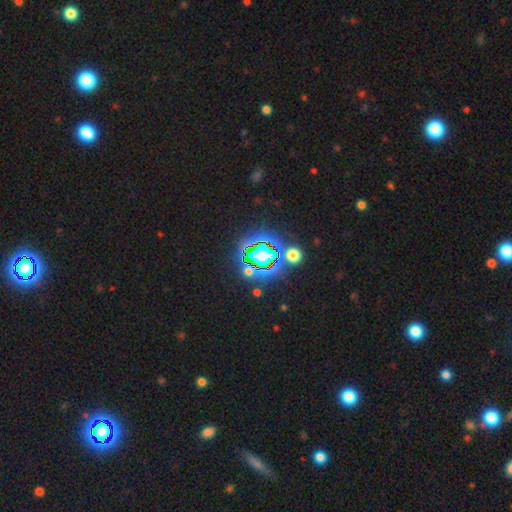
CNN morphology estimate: smooth-or-featured: star or artifact: 66% | smooth: 23% | featured or disk: 11%